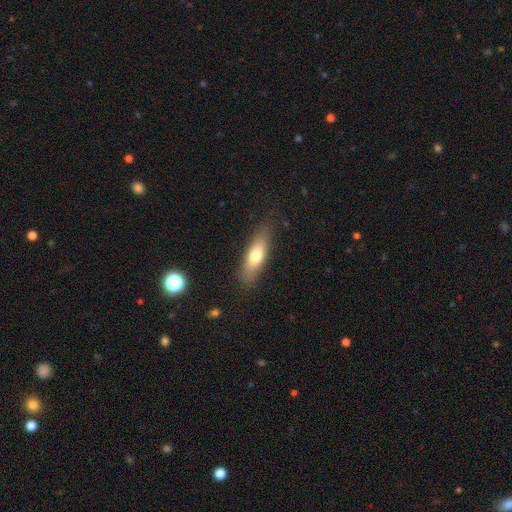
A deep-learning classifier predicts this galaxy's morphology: smooth 69%, featured or disk 25%, star or artifact 7%. Down the decision tree: how rounded — in between (52%); merging — none (83%).